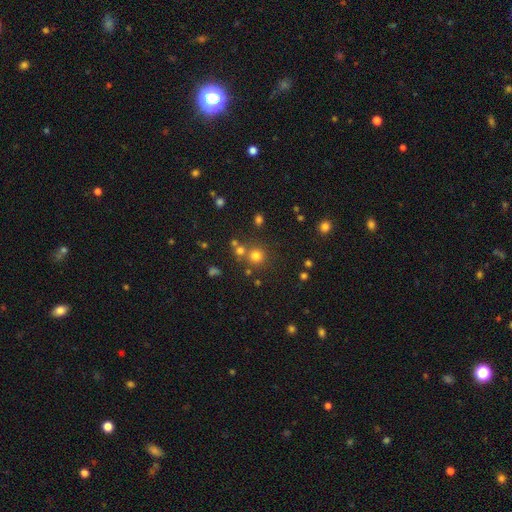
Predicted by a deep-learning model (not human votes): Smooth or featured? smooth (73%)
How rounded? round (92%)
Merging? none (72%)